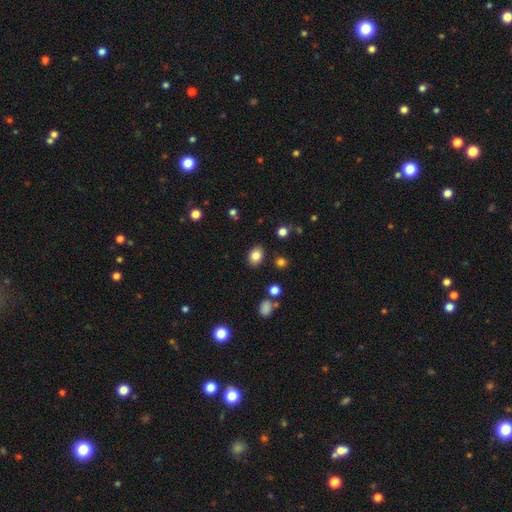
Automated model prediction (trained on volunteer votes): smooth 83%, star or artifact 10%, featured or disk 7%. Down the decision tree: how rounded — in between (70%); merging — none (84%).